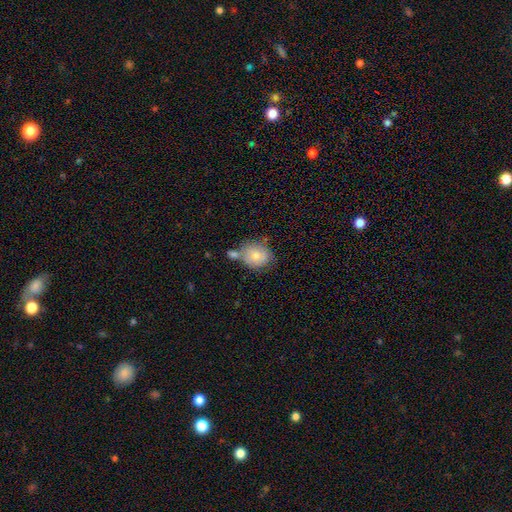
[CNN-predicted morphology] Smooth or featured? Predicted: smooth (p=0.74). How rounded? Predicted: round (p=0.71). Merging? Predicted: none (p=0.51).